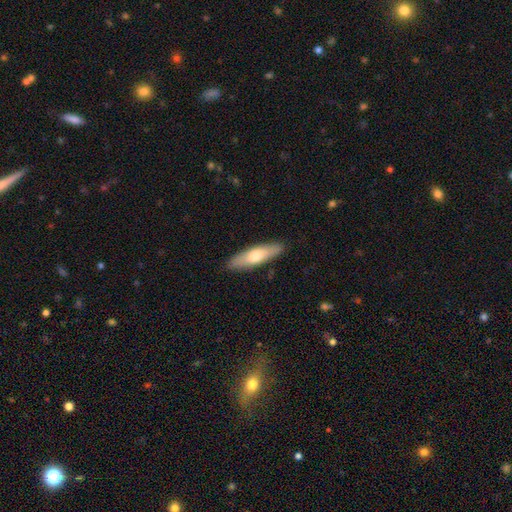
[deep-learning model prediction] Q: Smooth or featured?
A: smooth (63%); runner-up: featured or disk (32%)
Q: How rounded?
A: cigar-shaped (64%); runner-up: in between (34%)
Q: Merging?
A: none (88%); runner-up: minor disturbance (9%)